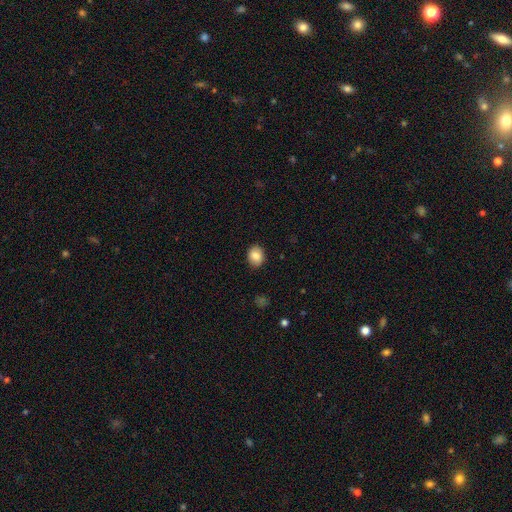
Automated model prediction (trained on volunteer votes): A smooth galaxy with no disk features (86%) that is in between round and cigar-shaped (53%).

Vote fractions:
- Smooth or featured? smooth: 86% / star or artifact: 8% / featured or disk: 6%
- How rounded? in between: 53% / round: 46% / cigar-shaped: 1%
- Merging? none: 88% / minor disturbance: 9% / major disturbance: 2% / merger: 1%